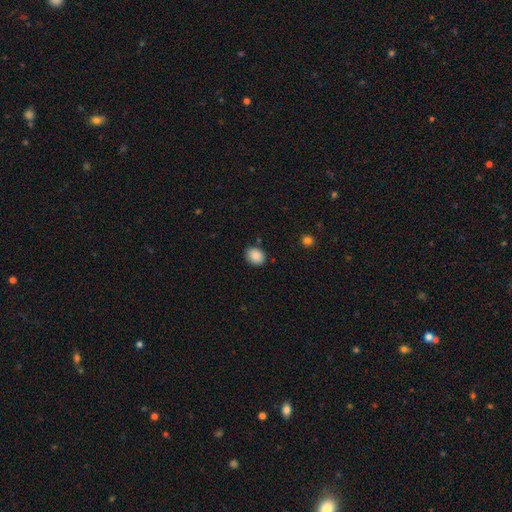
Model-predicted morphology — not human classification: A smooth galaxy with no disk features (88%) that is round (51%).

Vote fractions:
- Smooth or featured? smooth: 88% / star or artifact: 8% / featured or disk: 4%
- How rounded? round: 51% / in between: 48% / cigar-shaped: 1%
- Merging? none: 84% / minor disturbance: 11% / major disturbance: 3% / merger: 2%